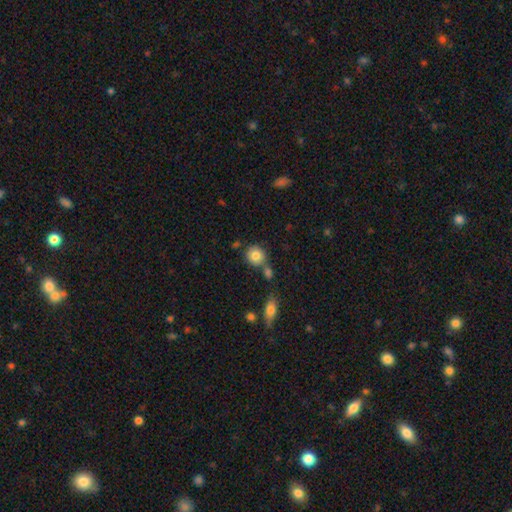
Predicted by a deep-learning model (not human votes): Smooth or featured: smooth — 82% (featured or disk — 9%)
How rounded: round — 84% (in between — 15%)
Merging: none — 70% (merger — 15%)